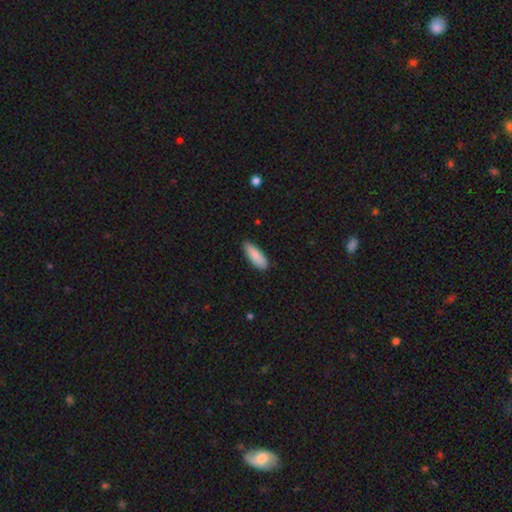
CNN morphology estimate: The model was most divided on "how rounded": in between: 66%, cigar-shaped: 32%, round: 2%. More confident: smooth or featured — smooth (85%); merging — none (81%).